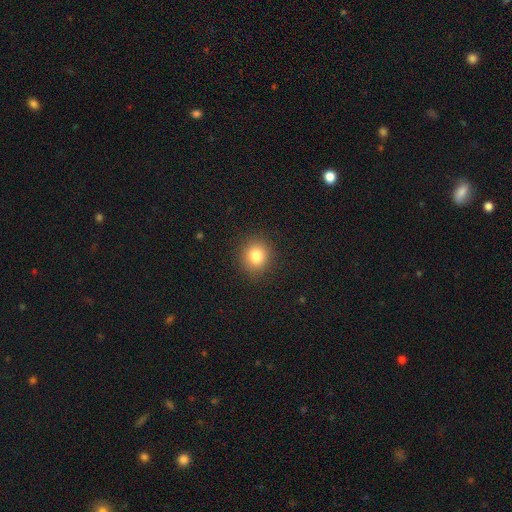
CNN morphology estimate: Smooth or featured: smooth — 81% (star or artifact — 12%)
How rounded: round — 80% (in between — 19%)
Merging: none — 89% (minor disturbance — 7%)